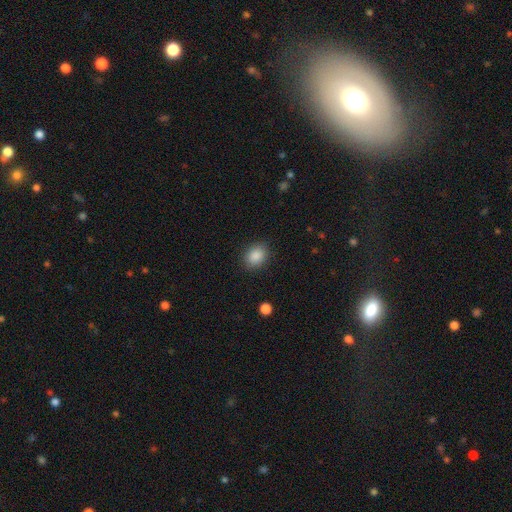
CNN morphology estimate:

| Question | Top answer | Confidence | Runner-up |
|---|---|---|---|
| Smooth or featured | smooth | 87% | star or artifact (9%) |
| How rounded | in between | 63% | round (36%) |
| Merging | none | 88% | minor disturbance (9%) |